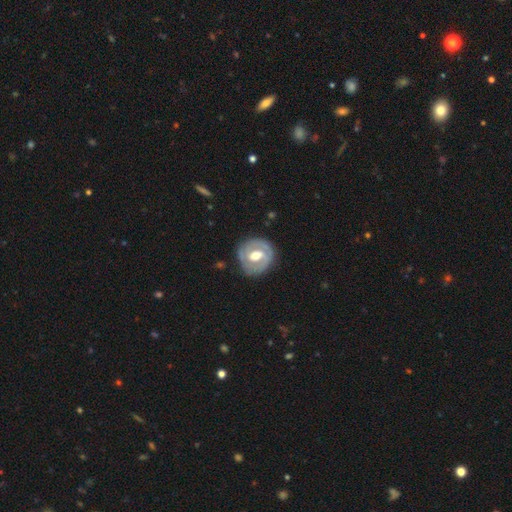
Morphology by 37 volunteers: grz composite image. It shows a featured or disk galaxy (73%) with a weak bar (38%), 2 (83%) tight (79%) spiral arms (92%) and a moderate central bulge (69%). Merging: none (69%).